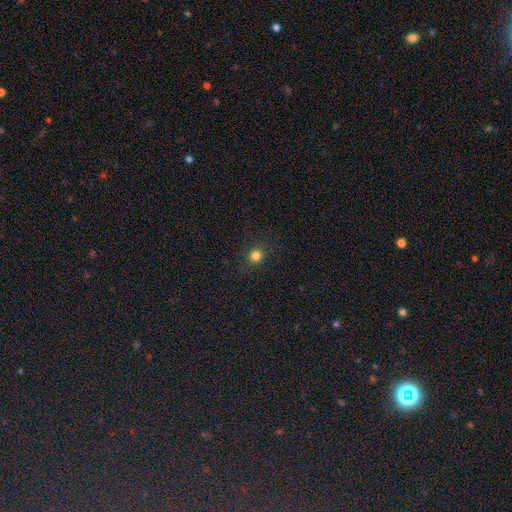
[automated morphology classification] smooth_or_featured: smooth (p=0.78) [alt: star or artifact p=0.16]
how_rounded: round (p=0.90) [alt: in between p=0.09]
merging: none (p=0.88) [alt: minor disturbance p=0.08]